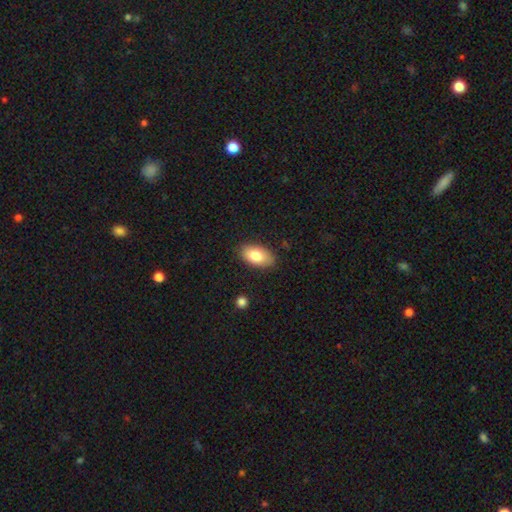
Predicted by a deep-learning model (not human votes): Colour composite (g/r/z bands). It shows a smooth galaxy with no disk features (81%) that is in between round and cigar-shaped (94%). Merging: none (86%).